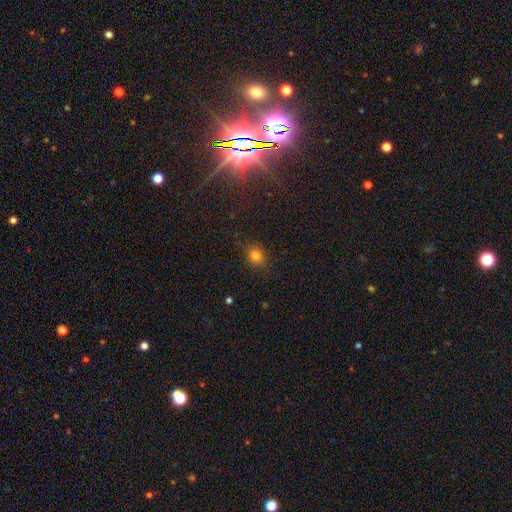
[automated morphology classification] This appears to be a smooth galaxy with no disk features (78%) that is round (65%). Merging: none (81%).